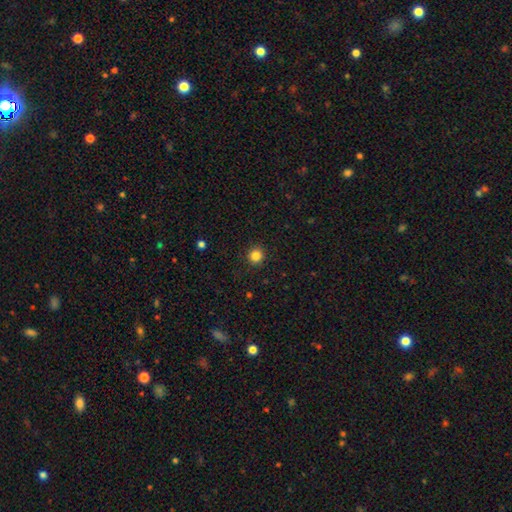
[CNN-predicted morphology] A smooth galaxy with no disk features (84%) that is round (94%). Merging: none (92%).